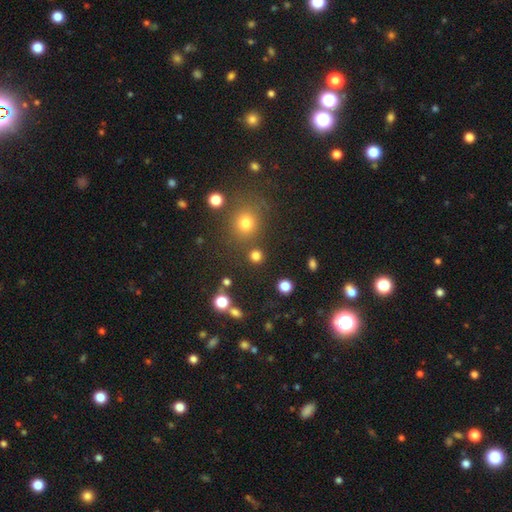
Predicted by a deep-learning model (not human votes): Smooth or featured? smooth (78%)
How rounded? round (90%)
Merging? none (82%)